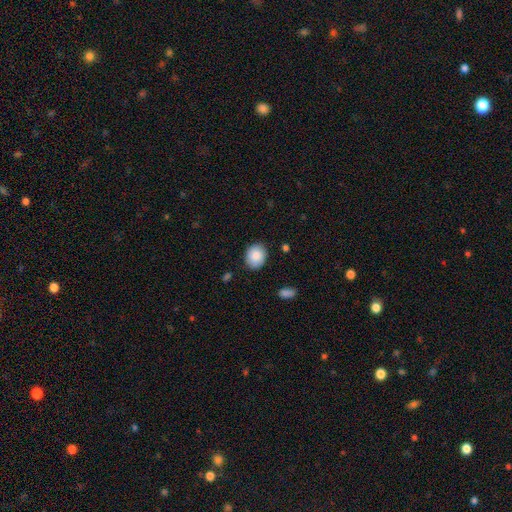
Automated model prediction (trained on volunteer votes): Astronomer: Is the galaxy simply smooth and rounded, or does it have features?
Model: smooth — 86%.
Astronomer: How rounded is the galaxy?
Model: in between — 53% (runner-up: round, 46%).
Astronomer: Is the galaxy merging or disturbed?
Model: none — 85%.